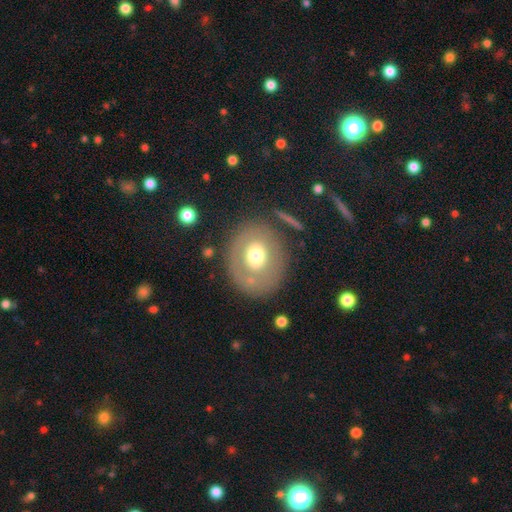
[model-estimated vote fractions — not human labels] Smooth or featured? smooth (54%)
How rounded? round (64%)
Merging? none (76%)